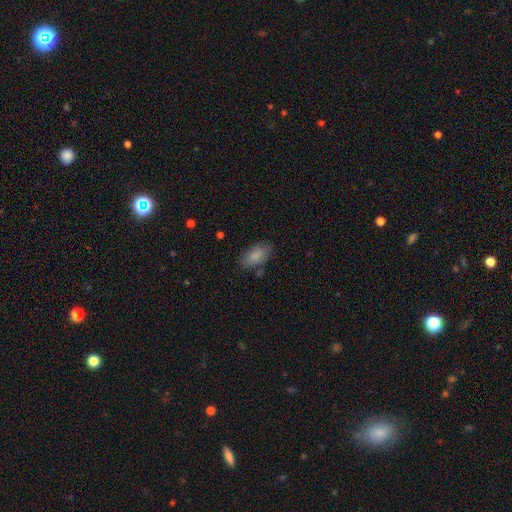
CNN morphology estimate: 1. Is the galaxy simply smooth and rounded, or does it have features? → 87% smooth, 7% star or artifact, 6% featured or disk.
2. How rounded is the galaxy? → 93% in between, 4% round, 3% cigar-shaped.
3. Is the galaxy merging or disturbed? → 78% none, 14% minor disturbance, 4% major disturbance, 3% merger.